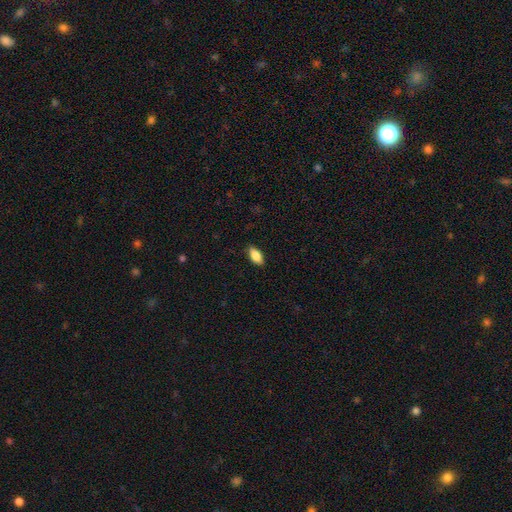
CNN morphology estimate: Overall: smooth (83%). How rounded: in between (88%). Merging: none (87%).